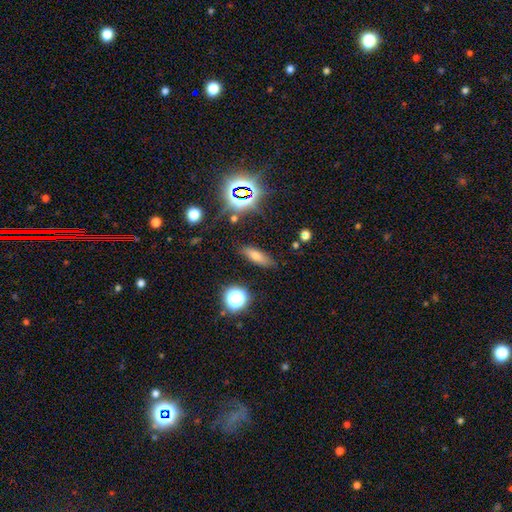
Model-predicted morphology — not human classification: Overall: smooth (61%; star or artifact 22%). How rounded: cigar-shaped (46%, tied with in between). Merging: none (84%).